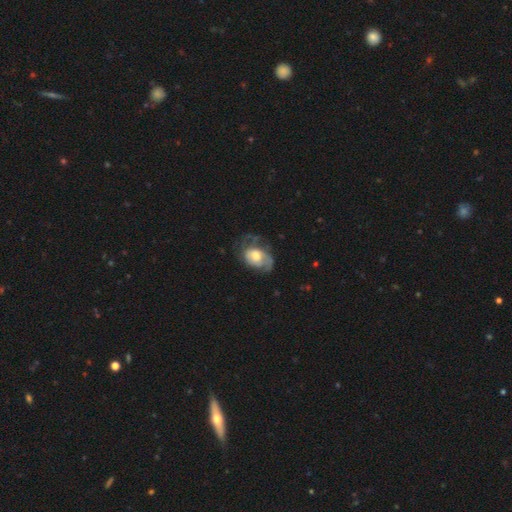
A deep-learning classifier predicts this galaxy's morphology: The model was most divided on "merging": none: 43%, major disturbance: 28%, minor disturbance: 27%, merger: 2%. More confident: edge-on disk — no (96%); spiral arms — yes (73%); bar — no (73%); smooth or featured — featured or disk (57%); bulge size — moderate (55%).